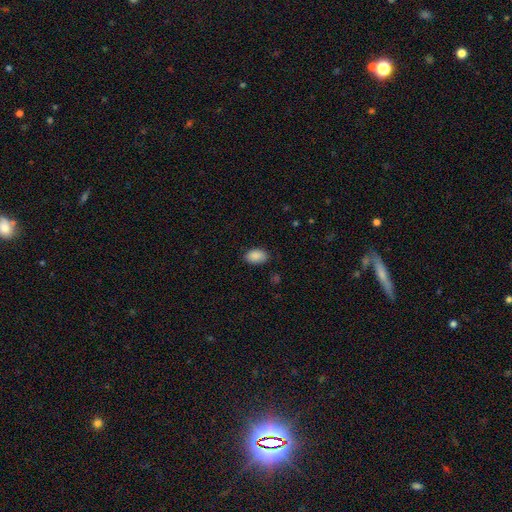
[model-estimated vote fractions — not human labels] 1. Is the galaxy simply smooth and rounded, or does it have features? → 89% smooth, 7% star or artifact, 4% featured or disk.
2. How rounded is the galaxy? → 89% in between, 9% round, 1% cigar-shaped.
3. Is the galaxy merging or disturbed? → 83% none, 13% minor disturbance, 3% major disturbance, 1% merger.